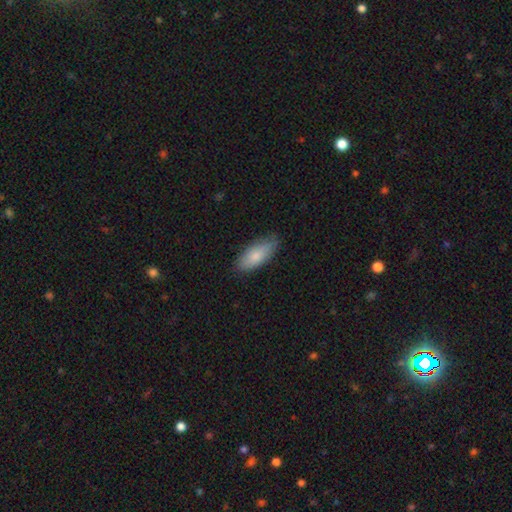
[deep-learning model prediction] This appears to be a smooth galaxy with no disk features (81%) that is in between round and cigar-shaped (82%). Merging: none (79%).